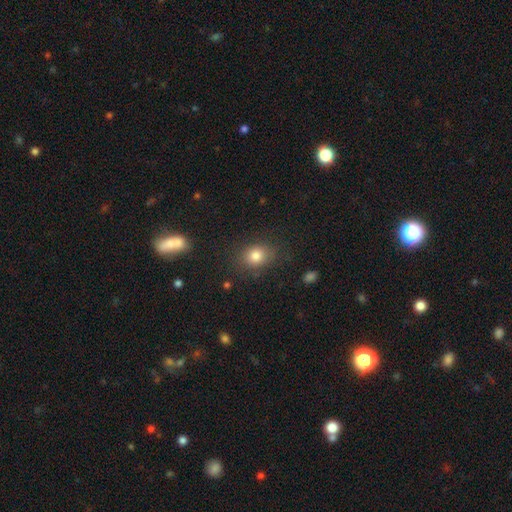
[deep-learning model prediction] This appears to be a smooth galaxy with no disk features (81%) that is round (50%). Merging: none (80%).